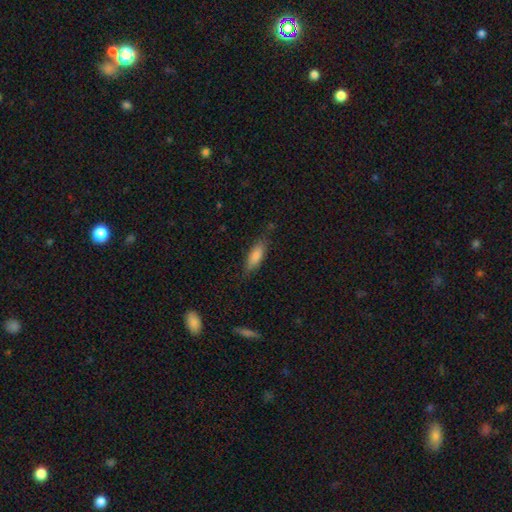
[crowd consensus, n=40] A smooth galaxy with no disk features (78%) that is cigar-shaped (58%). Merging: none (76%).